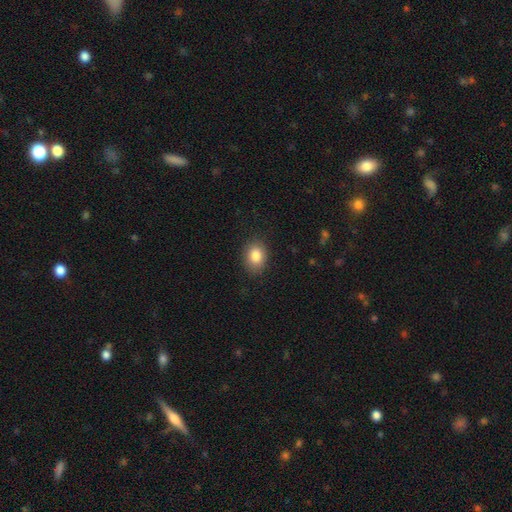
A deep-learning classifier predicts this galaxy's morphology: A smooth galaxy with no disk features (86%) that is in between round and cigar-shaped (67%).

Vote fractions:
- Smooth or featured? smooth: 86% / star or artifact: 8% / featured or disk: 6%
- How rounded? in between: 67% / round: 32% / cigar-shaped: 1%
- Merging? none: 85% / minor disturbance: 11% / major disturbance: 3% / merger: 1%